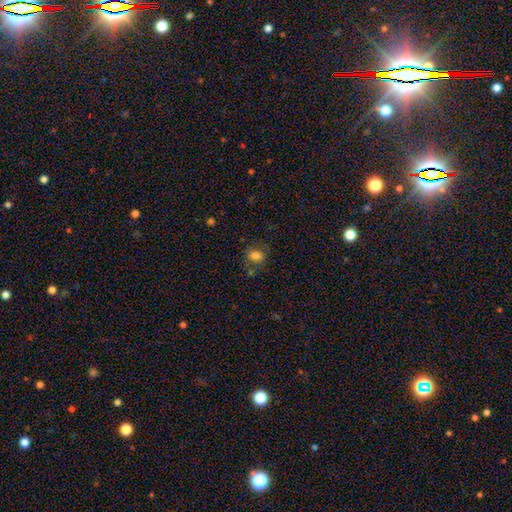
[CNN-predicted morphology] smooth_or_featured: smooth (p=0.79) [alt: star or artifact p=0.13]
how_rounded: in between (p=0.51) [alt: round p=0.47]
merging: none (p=0.71) [alt: minor disturbance p=0.17]